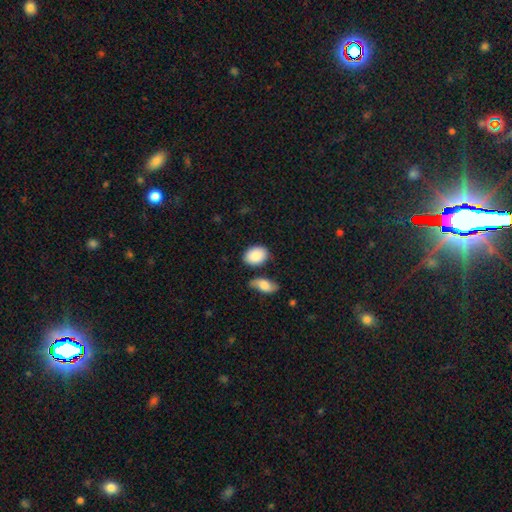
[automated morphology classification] Smooth or featured? Predicted: smooth (p=0.87). How rounded? Predicted: in between (p=0.79). Merging? Predicted: none (p=0.70).